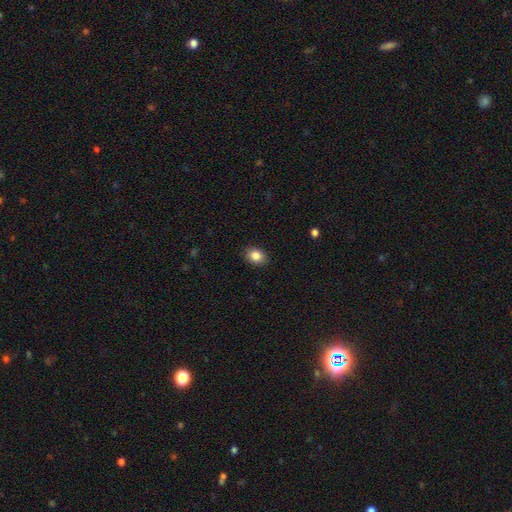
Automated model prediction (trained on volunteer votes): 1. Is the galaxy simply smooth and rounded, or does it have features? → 86% smooth, 9% star or artifact, 5% featured or disk.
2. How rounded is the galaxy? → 59% in between, 40% round, 1% cigar-shaped.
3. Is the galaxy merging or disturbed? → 88% none, 9% minor disturbance, 2% major disturbance, 1% merger.